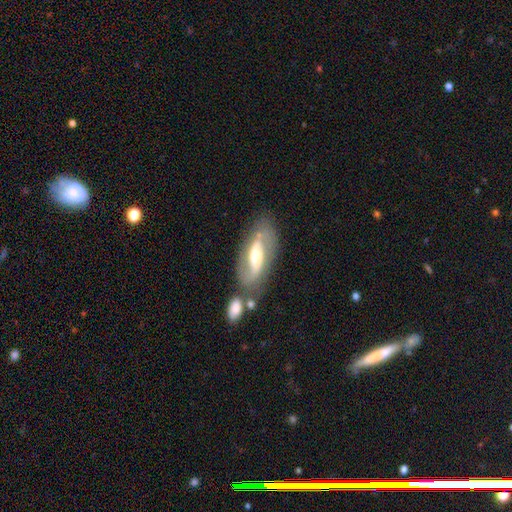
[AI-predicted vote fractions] Smooth or featured? featured or disk (72%)
Edge-on disk? no (85%)
Bar? strong (43%)
Spiral arms? yes (79%)
Bulge size? moderate (65%)
Merging? none (65%)